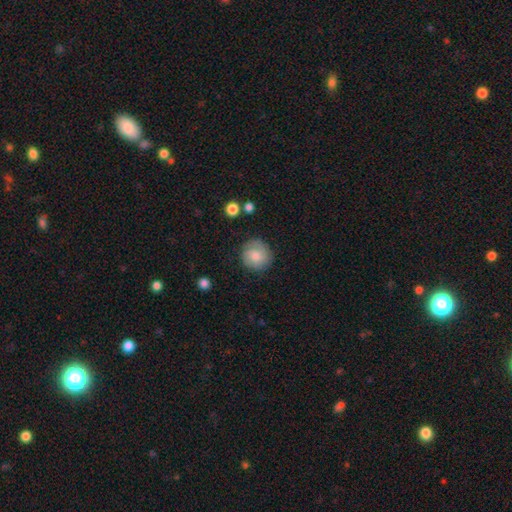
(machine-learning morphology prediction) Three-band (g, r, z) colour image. It shows a smooth galaxy with no disk features (67%) that is round (90%). Merging: none (78%).